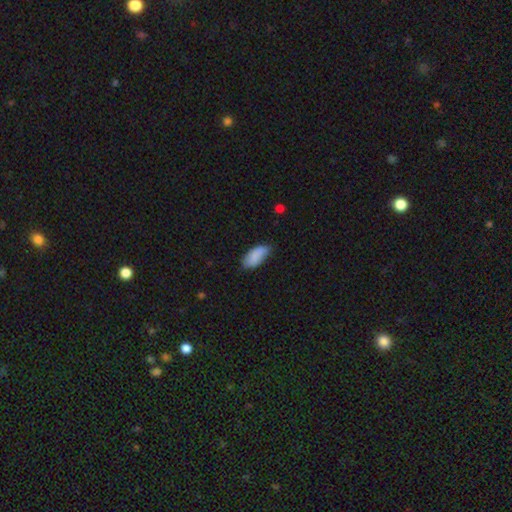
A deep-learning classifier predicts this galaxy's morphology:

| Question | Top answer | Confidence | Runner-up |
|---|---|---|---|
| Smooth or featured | smooth | 86% | featured or disk (8%) |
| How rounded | in between | 91% | cigar-shaped (7%) |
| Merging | none | 66% | minor disturbance (28%) |